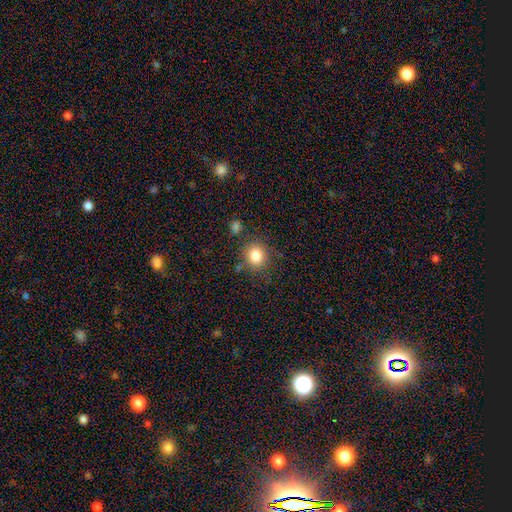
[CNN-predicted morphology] Overall: smooth (83%). How rounded: round (80%). Merging: none (79%).